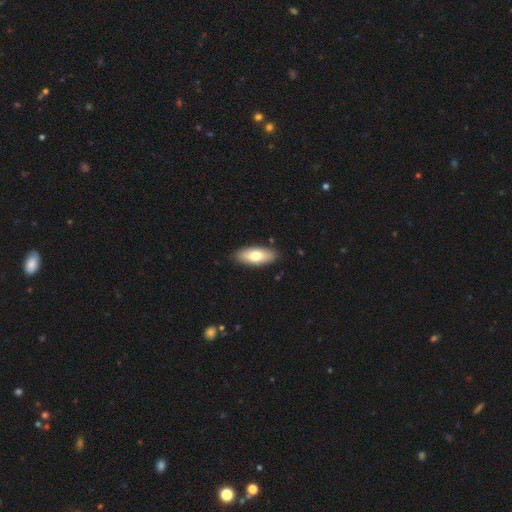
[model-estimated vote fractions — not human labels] This is likely a smooth galaxy (72%). How rounded: clearly in between (83%). Merging: clearly none (88%).